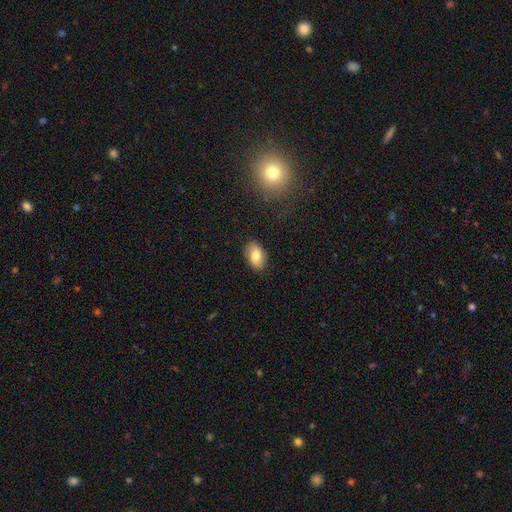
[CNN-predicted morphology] This is likely a smooth galaxy (75%). How rounded: clearly in between (90%). Merging: clearly none (85%).